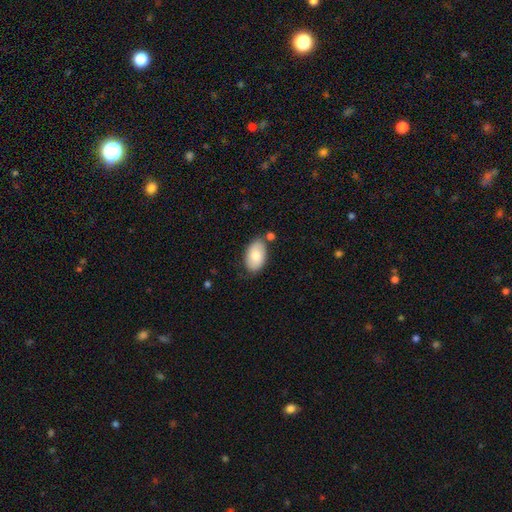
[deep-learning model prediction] This is likely a smooth galaxy (77%). How rounded: clearly in between (94%). Merging: likely none (75%).